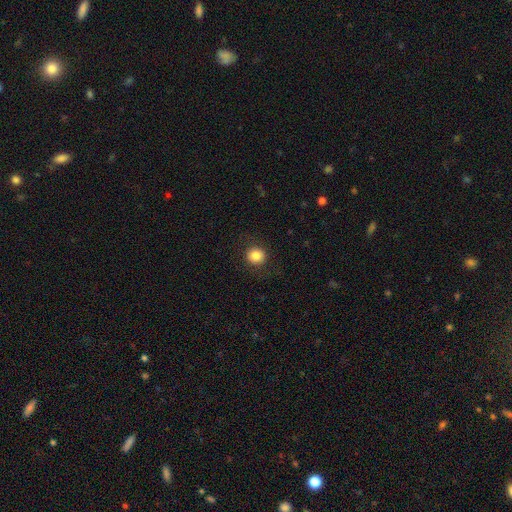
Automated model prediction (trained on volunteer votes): This appears to be a smooth galaxy with no disk features (84%) that is round (89%). Merging: none (89%).